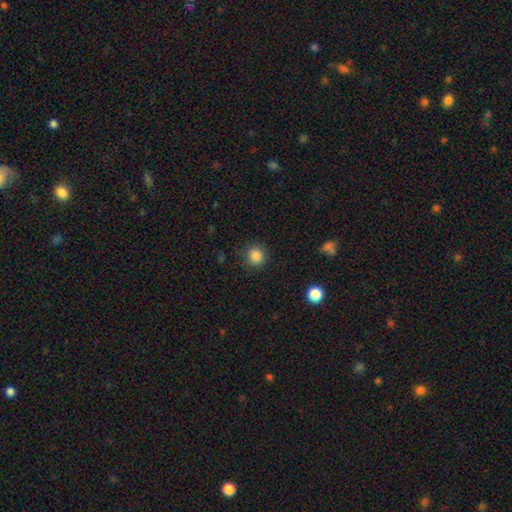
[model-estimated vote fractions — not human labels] This is clearly a smooth galaxy (86%). How rounded: clearly round (90%). Merging: clearly none (87%).